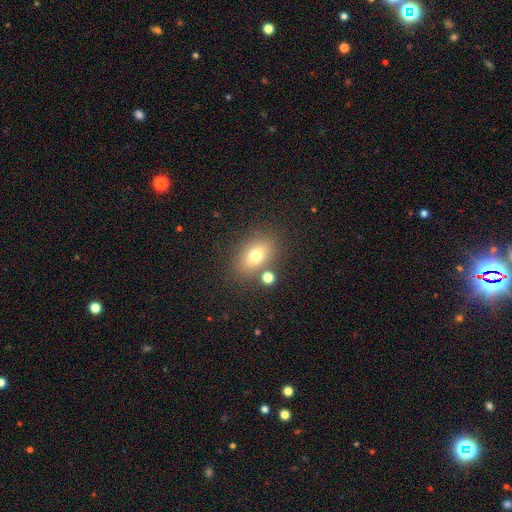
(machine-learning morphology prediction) Smooth or featured?
  - smooth: 72% *
  - featured or disk: 15%
  - star or artifact: 13%
How rounded?
  - in between: 78% *
  - round: 20%
  - cigar-shaped: 2%
Merging?
  - none: 75% *
  - minor disturbance: 12%
  - merger: 10%
  - major disturbance: 4%